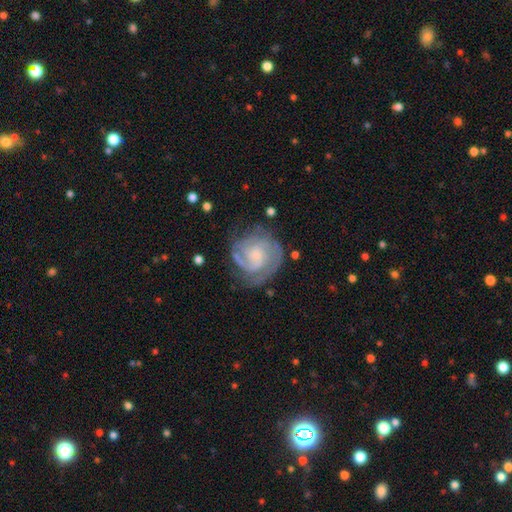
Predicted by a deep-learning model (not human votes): Smooth or featured?
  - featured or disk: 84% *
  - smooth: 10%
  - star or artifact: 5%
Edge-on disk?
  - no: 98% *
  - yes: 2%
Bar?
  - no: 63% *
  - weak: 32%
  - strong: 5%
Spiral arms?
  - yes: 96% *
  - no: 4%
Spiral winding?
  - tight: 54% *
  - medium: 37%
  - loose: 9%
Spiral arm count?
  - 2: 44% *
  - 3: 21%
  - can't tell: 19%
  - 1: 7%
  - 4: 5%
  - more than 4: 4%
Bulge size?
  - small: 69% *
  - moderate: 17%
  - none: 11%
  - large: 2%
  - dominant: 1%
Merging?
  - none: 69% *
  - minor disturbance: 19%
  - major disturbance: 10%
  - merger: 2%